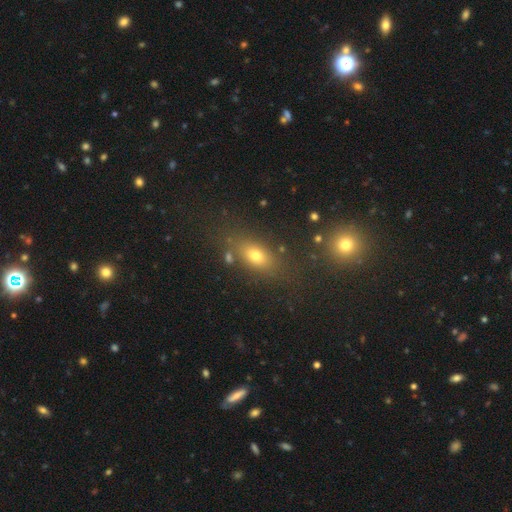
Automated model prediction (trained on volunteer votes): Morphology: type=smooth (67%); roundness=in between (72%); merging=none (76%).